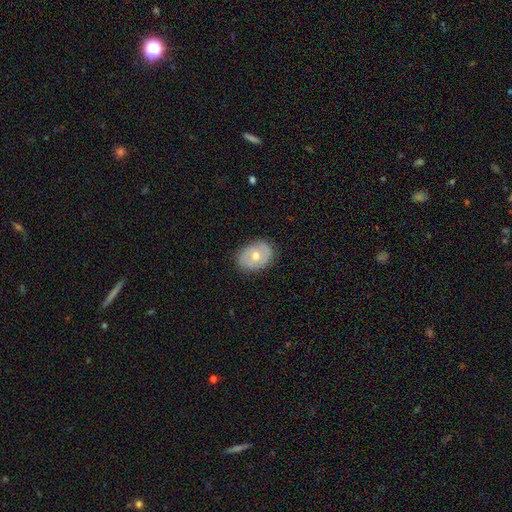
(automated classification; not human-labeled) Smooth or featured: smooth — 47% (featured or disk — 45%)
Merging: none — 83% (minor disturbance — 13%)